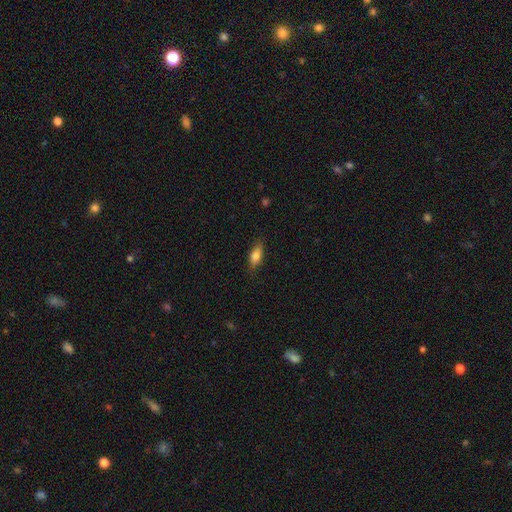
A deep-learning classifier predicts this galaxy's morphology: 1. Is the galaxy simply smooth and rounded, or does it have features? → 78% smooth, 15% featured or disk, 7% star or artifact.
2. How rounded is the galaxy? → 75% in between, 21% cigar-shaped, 4% round.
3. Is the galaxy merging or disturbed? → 82% none, 14% minor disturbance, 3% major disturbance, 1% merger.